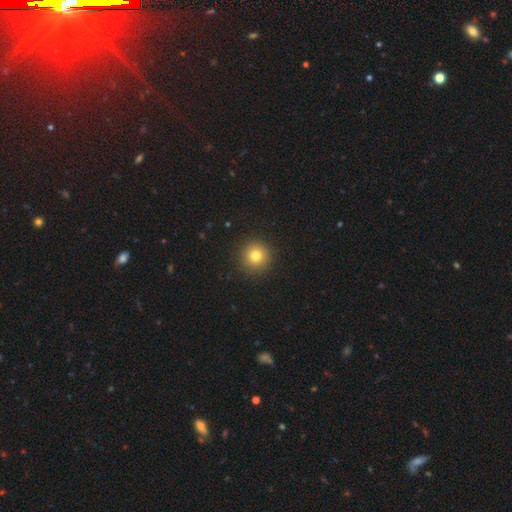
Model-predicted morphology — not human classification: smooth-or-featured: smooth: 78% | star or artifact: 13% | featured or disk: 8%
  how-rounded: round: 95% | in between: 4% | cigar-shaped: 1%
  merging: none: 92% | minor disturbance: 5% | major disturbance: 2% | merger: 1%